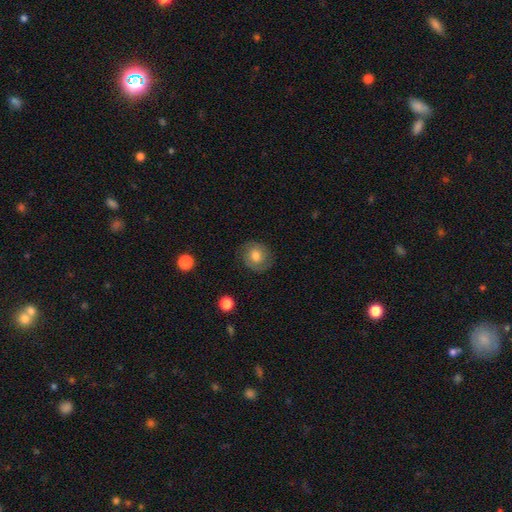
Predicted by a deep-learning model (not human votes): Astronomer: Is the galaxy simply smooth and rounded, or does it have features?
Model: smooth — 68%.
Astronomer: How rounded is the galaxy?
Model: round — 81%.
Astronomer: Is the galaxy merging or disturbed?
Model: none — 82%.